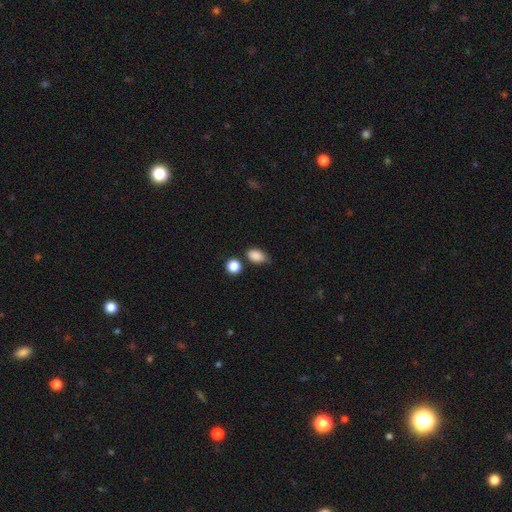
Q: Smooth or featured?
A: smooth (82%); runner-up: featured or disk (10%)
Q: How rounded?
A: in between (69%); runner-up: round (31%)
Q: Merging?
A: minor disturbance (56%); runner-up: none (33%)